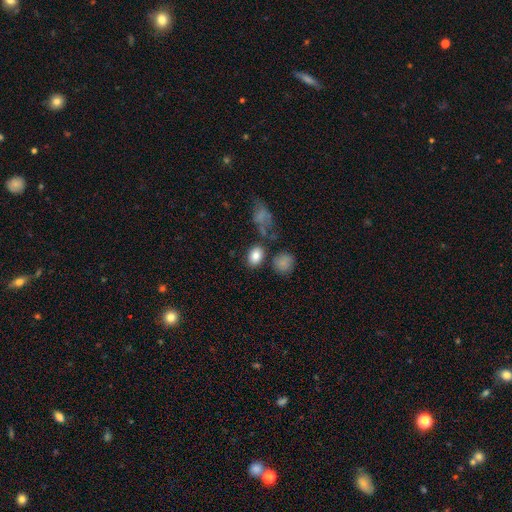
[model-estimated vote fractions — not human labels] A smooth galaxy with no disk features (83%) that is in between round and cigar-shaped (76%).

Vote fractions:
- Smooth or featured? smooth: 83% / star or artifact: 10% / featured or disk: 8%
- How rounded? in between: 76% / round: 23% / cigar-shaped: 1%
- Merging? none: 74% / minor disturbance: 12% / merger: 10% / major disturbance: 5%